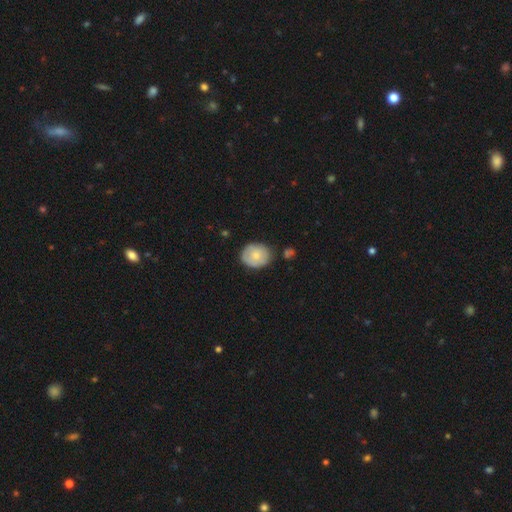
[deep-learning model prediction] Smooth or featured? smooth (68%)
How rounded? round (63%)
Merging? none (70%)